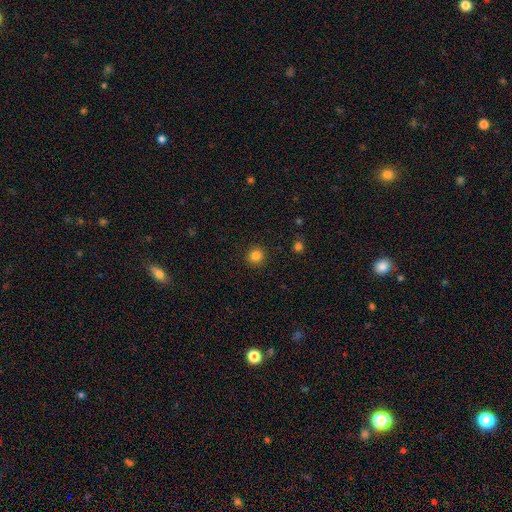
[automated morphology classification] Q: Smooth or featured?
A: smooth (84%); runner-up: star or artifact (12%)
Q: How rounded?
A: round (94%); runner-up: in between (5%)
Q: Merging?
A: none (92%); runner-up: minor disturbance (5%)